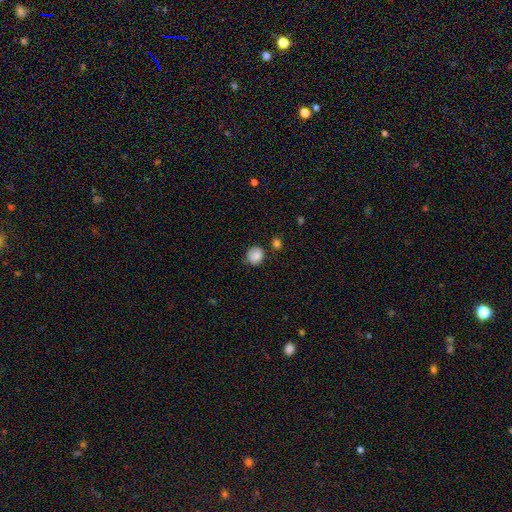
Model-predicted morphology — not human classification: Smooth or featured: smooth — 85% (star or artifact — 9%)
How rounded: round — 76% (in between — 23%)
Merging: none — 73% (minor disturbance — 18%)